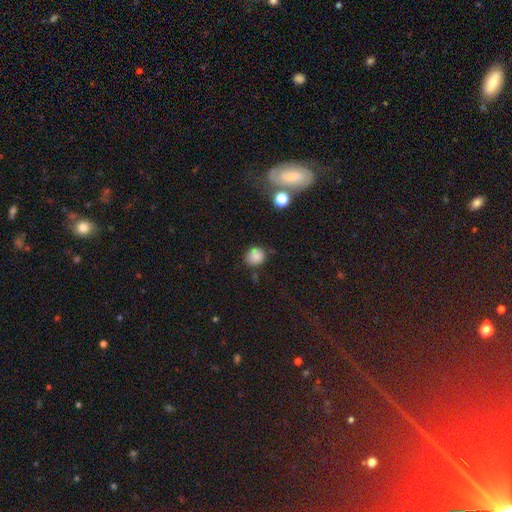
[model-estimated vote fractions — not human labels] Smooth or featured? smooth (82%)
How rounded? round (84%)
Merging? none (71%)